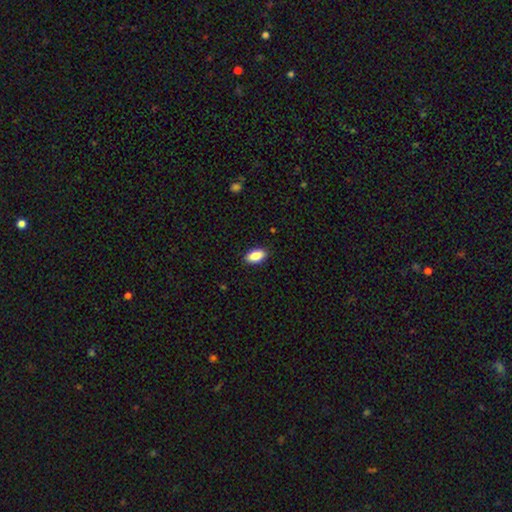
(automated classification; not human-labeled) The model was most divided on "smooth or featured": smooth: 86%, star or artifact: 7%, featured or disk: 7%. More confident: how rounded — in between (92%); merging — none (89%).